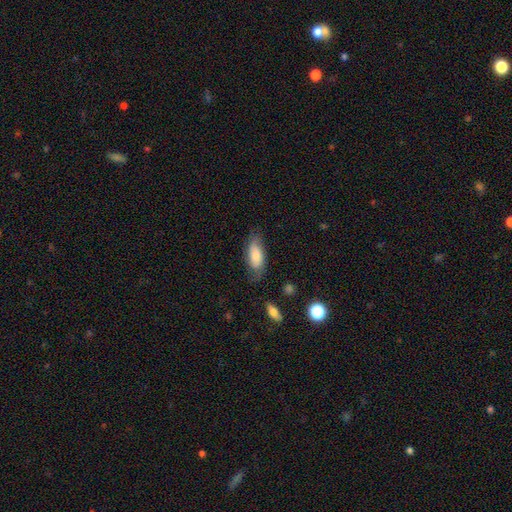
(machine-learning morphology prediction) smooth-or-featured: smooth: 77% | featured or disk: 17% | star or artifact: 6%
  how-rounded: in between: 80% | cigar-shaped: 18% | round: 2%
  merging: none: 66% | minor disturbance: 24% | major disturbance: 8% | merger: 2%